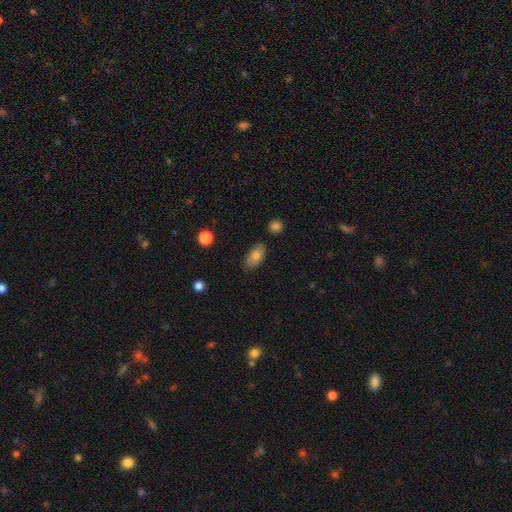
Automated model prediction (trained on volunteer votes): Smooth or featured? Predicted: smooth (p=0.78). How rounded? Predicted: in between (p=0.91). Merging? Predicted: none (p=0.80).